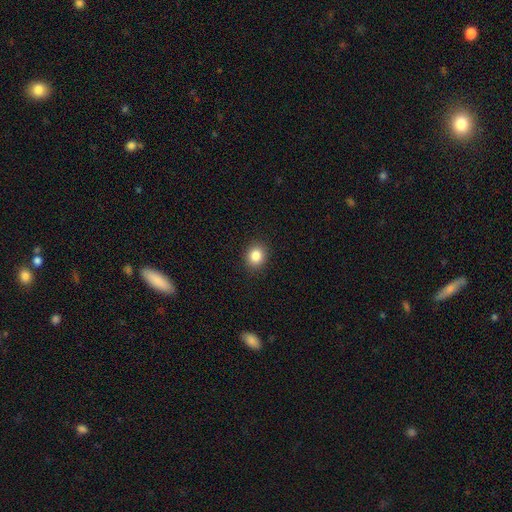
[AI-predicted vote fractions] smooth-or-featured: smooth: 85% | star or artifact: 10% | featured or disk: 5%
  how-rounded: round: 72% | in between: 28% | cigar-shaped: 1%
  merging: none: 91% | minor disturbance: 6% | major disturbance: 2% | merger: 1%